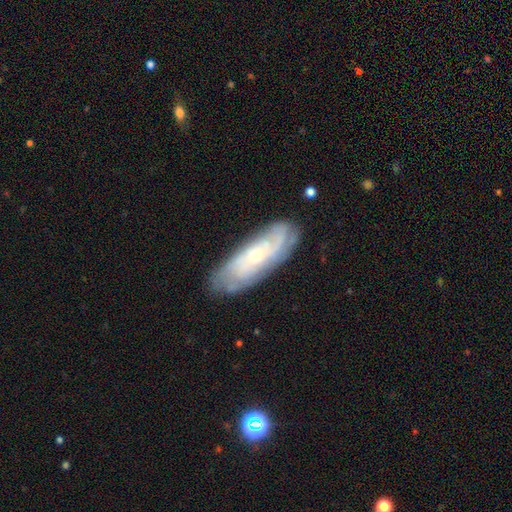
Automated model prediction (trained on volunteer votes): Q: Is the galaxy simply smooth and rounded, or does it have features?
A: featured or disk — 69%.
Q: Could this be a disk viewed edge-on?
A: no — 82%.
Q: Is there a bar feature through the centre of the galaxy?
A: no — 76%.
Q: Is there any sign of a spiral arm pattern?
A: yes — 86%.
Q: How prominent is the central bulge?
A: small — 64%.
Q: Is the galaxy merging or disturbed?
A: none — 78%.